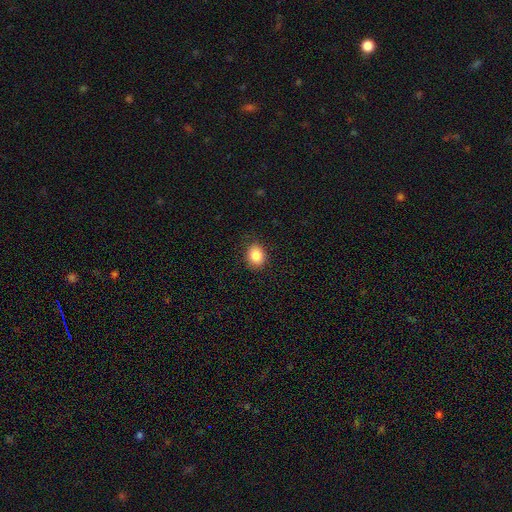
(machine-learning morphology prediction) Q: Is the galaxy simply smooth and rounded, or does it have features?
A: smooth — 86%.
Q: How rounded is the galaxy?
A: round — 55%.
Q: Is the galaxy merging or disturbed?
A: none — 86%.